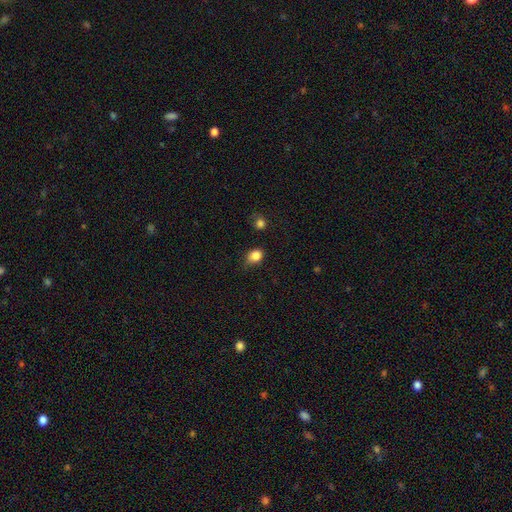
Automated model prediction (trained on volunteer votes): Morphology: type=smooth (84%); roundness=round (54%); merging=none (58%).